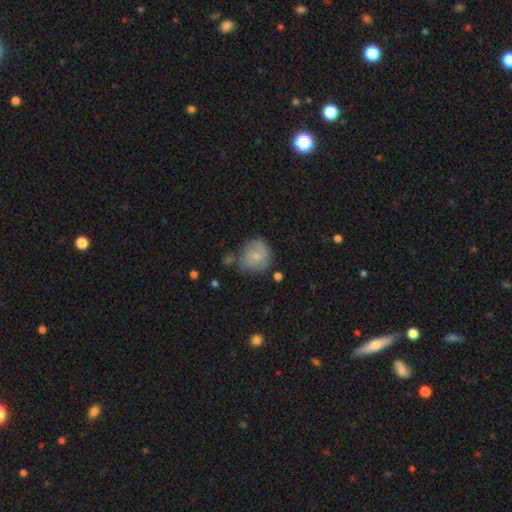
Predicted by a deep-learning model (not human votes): This is likely a smooth galaxy (66%). How rounded: likely round (77%). Merging: possibly none (56%).